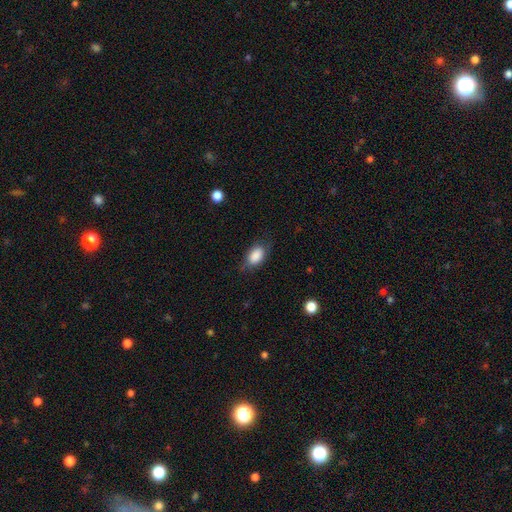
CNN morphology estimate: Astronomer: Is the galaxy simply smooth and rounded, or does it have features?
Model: smooth — 86%.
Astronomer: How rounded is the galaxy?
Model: in between — 89%.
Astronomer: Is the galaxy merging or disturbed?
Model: none — 69%.